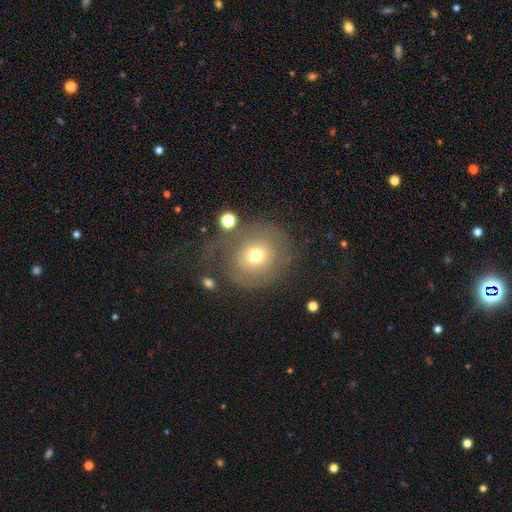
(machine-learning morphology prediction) The model was most divided on "smooth or featured": smooth: 58%, featured or disk: 30%, star or artifact: 12%. More confident: how rounded — round (79%); merging — none (54%).